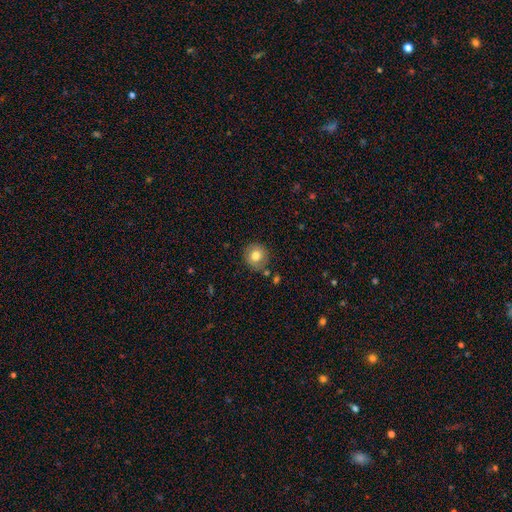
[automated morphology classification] This appears to be a smooth galaxy with no disk features (79%) that is round (90%). Merging: none (83%).